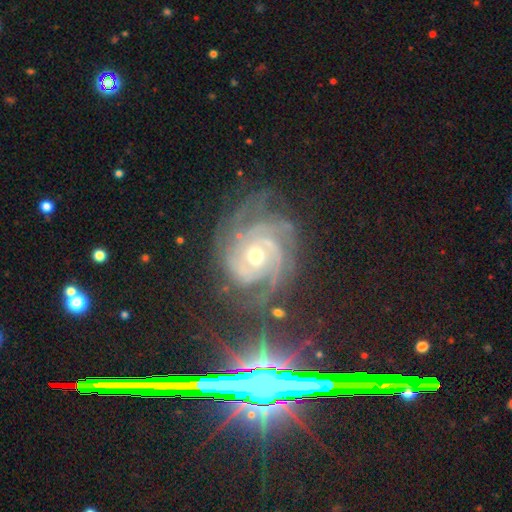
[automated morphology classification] A featured or disk galaxy (80%) with no bar (60%), 3 (28%) tight (72%) spiral arms (97%) and a moderate central bulge (52%). Merging: none (72%).